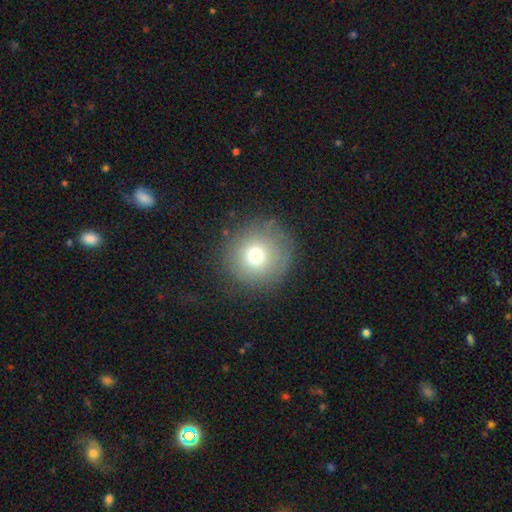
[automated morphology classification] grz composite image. It shows a smooth galaxy with no disk features (72%) that is round (95%). Merging: none (85%).